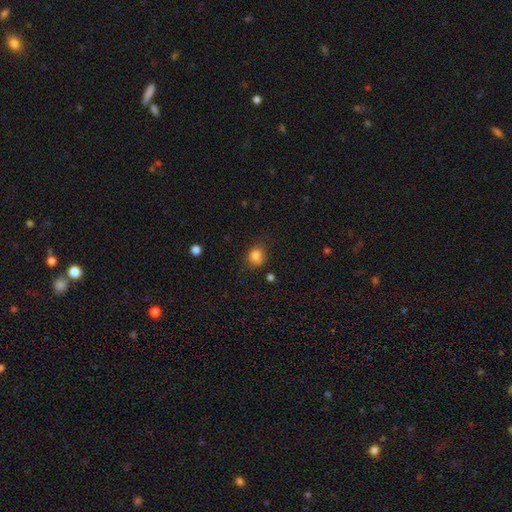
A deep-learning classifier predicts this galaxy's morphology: smooth 82%, star or artifact 12%, featured or disk 6%. Down the decision tree: how rounded — round (75%); merging — none (65%).